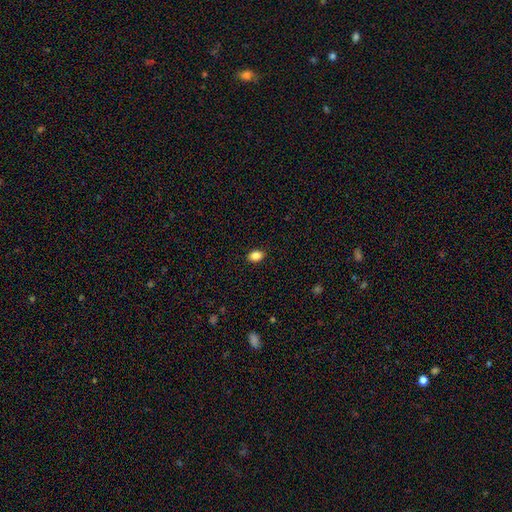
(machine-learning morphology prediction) Overall: smooth (85%). How rounded: in between (75%). Merging: none (90%).